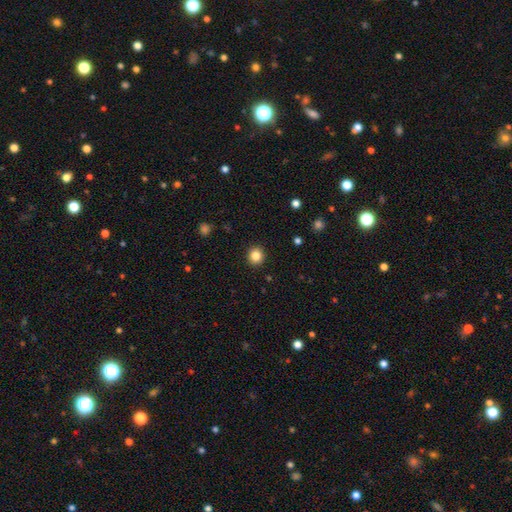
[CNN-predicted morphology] Smooth or featured? smooth (84%)
How rounded? round (90%)
Merging? none (92%)